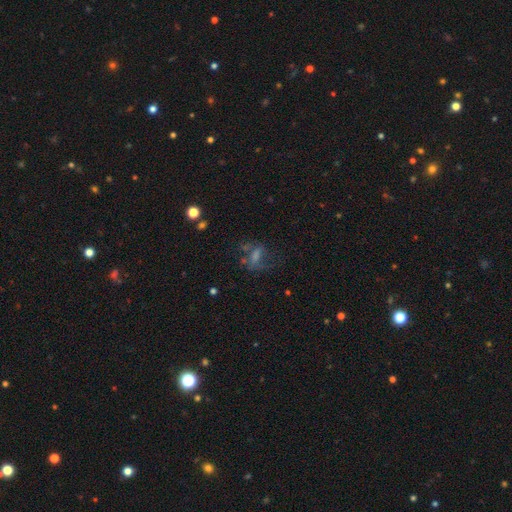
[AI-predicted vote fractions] This appears to be a featured or disk galaxy (44%). Merging: none (48%).